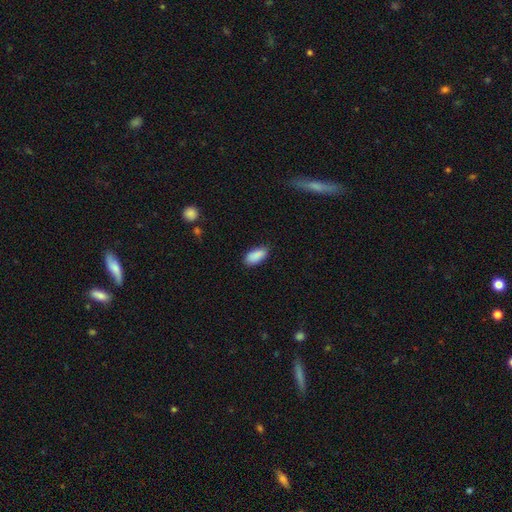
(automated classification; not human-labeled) Morphology: type=smooth (87%); roundness=in between (90%); merging=none (76%).